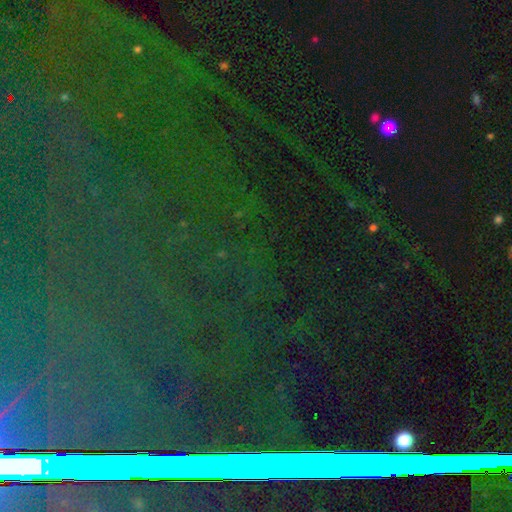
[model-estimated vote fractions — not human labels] A star or artifact, not a galaxy (81%).

Vote fractions:
- Smooth or featured? star or artifact: 81% / smooth: 10% / featured or disk: 9%